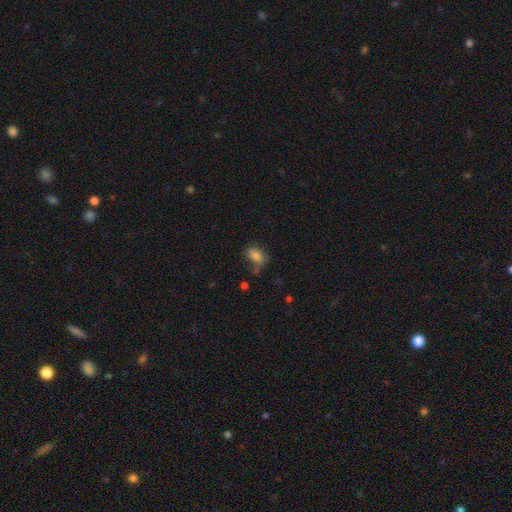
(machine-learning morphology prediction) smooth_or_featured: smooth (p=0.77) [alt: featured or disk p=0.12]
how_rounded: in between (p=0.87) [alt: round p=0.11]
merging: none (p=0.50) [alt: minor disturbance p=0.25]